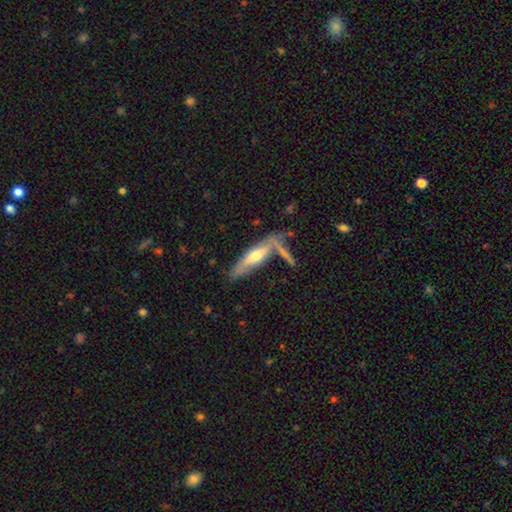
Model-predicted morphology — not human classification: This appears to be a featured or disk galaxy (50%). Merging: none (58%).